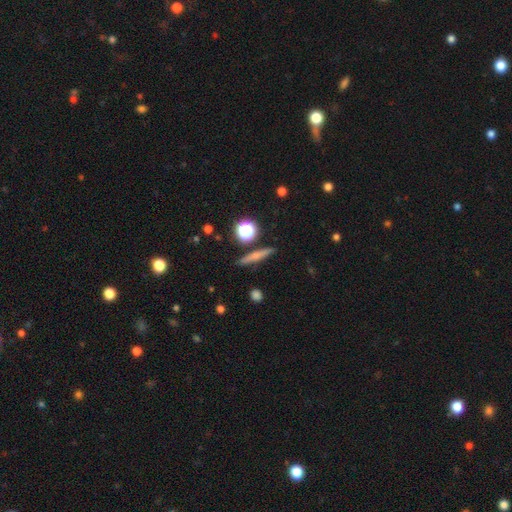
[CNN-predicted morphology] type=smooth (50%); roundness=cigar-shaped (80%); merging=none (86%).